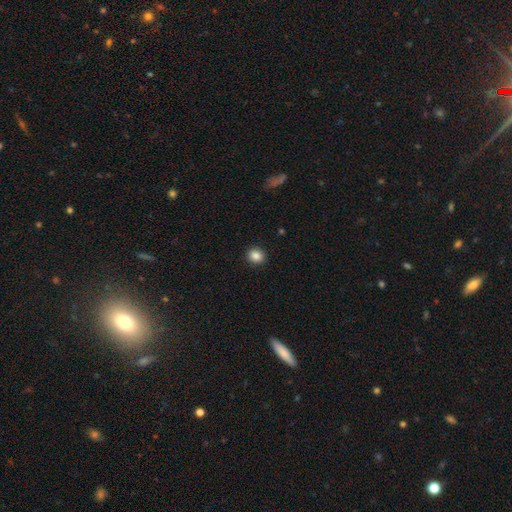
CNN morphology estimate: smooth_or_featured: smooth (p=0.86) [alt: star or artifact p=0.10]
how_rounded: round (p=0.79) [alt: in between p=0.20]
merging: none (p=0.92) [alt: minor disturbance p=0.05]